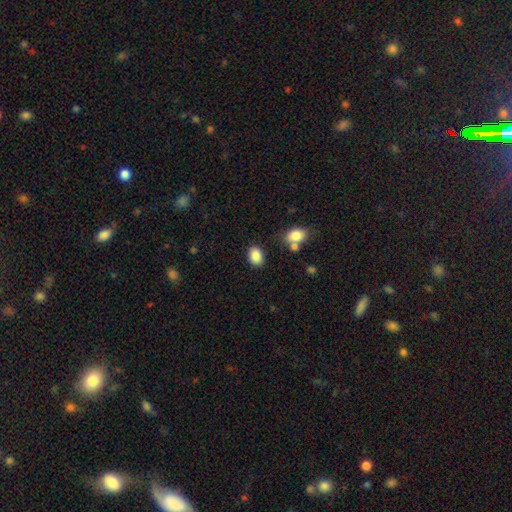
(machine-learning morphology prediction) Smooth or featured? Predicted: smooth (p=0.88). How rounded? Predicted: in between (p=0.78). Merging? Predicted: none (p=0.83).